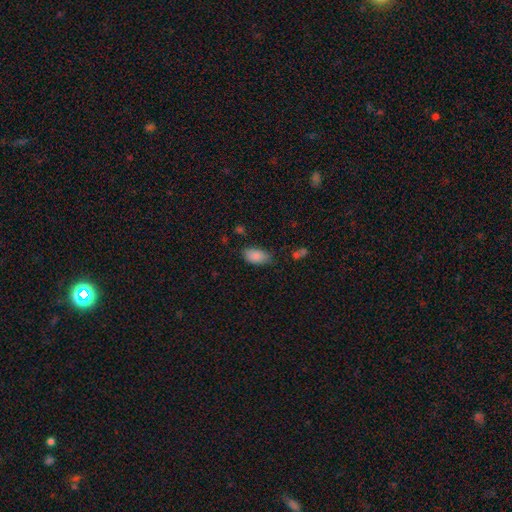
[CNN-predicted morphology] A smooth galaxy with no disk features (87%) that is in between round and cigar-shaped (93%).

Vote fractions:
- Smooth or featured? smooth: 87% / star or artifact: 8% / featured or disk: 5%
- How rounded? in between: 93% / round: 5% / cigar-shaped: 3%
- Merging? none: 67% / minor disturbance: 25% / major disturbance: 5% / merger: 2%